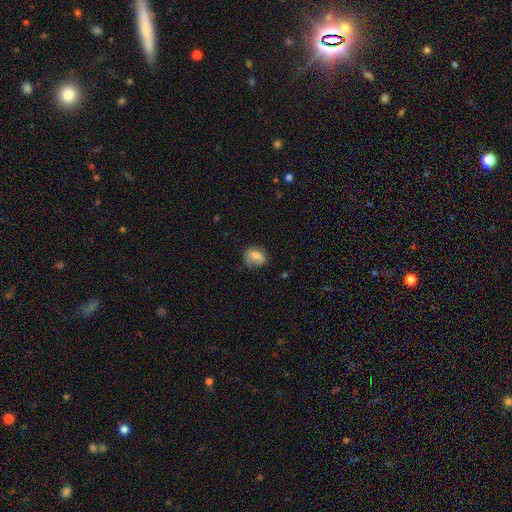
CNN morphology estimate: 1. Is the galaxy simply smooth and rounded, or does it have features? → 74% smooth, 17% featured or disk, 9% star or artifact.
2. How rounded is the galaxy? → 55% in between, 44% round, 1% cigar-shaped.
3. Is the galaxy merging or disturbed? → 62% none, 27% minor disturbance, 9% major disturbance, 2% merger.